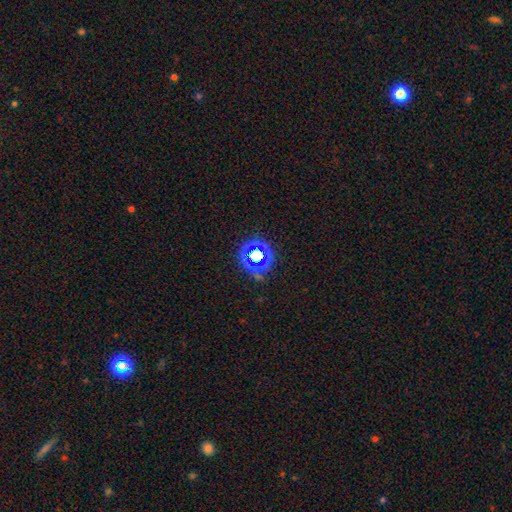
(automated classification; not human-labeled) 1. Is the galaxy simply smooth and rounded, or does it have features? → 58% star or artifact, 30% smooth, 12% featured or disk.